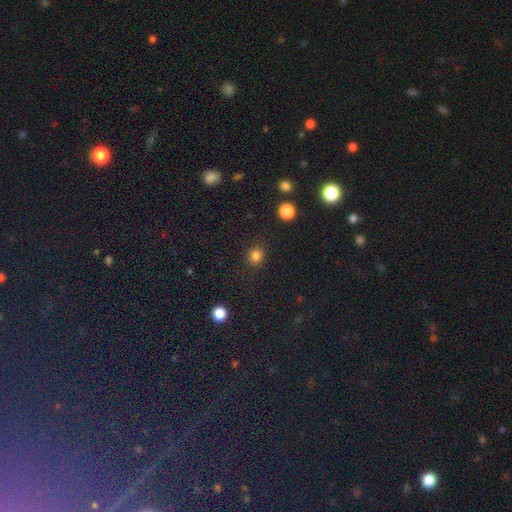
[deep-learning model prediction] Q: Smooth or featured?
A: smooth (83%); runner-up: star or artifact (13%)
Q: How rounded?
A: round (77%); runner-up: in between (22%)
Q: Merging?
A: none (87%); runner-up: minor disturbance (8%)